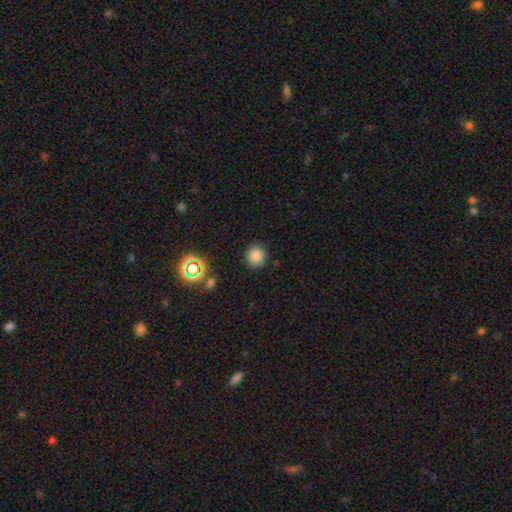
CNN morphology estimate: Smooth or featured?
  - smooth: 81% *
  - star or artifact: 14%
  - featured or disk: 5%
How rounded?
  - round: 92% *
  - in between: 7%
  - cigar-shaped: 1%
Merging?
  - none: 88% *
  - minor disturbance: 8%
  - major disturbance: 3%
  - merger: 2%